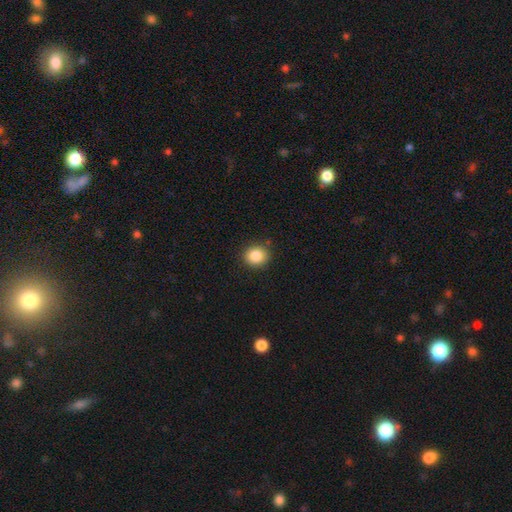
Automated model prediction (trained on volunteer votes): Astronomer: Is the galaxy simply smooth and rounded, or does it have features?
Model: smooth — 86%.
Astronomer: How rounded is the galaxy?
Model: round — 79%.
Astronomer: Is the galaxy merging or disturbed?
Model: none — 89%.